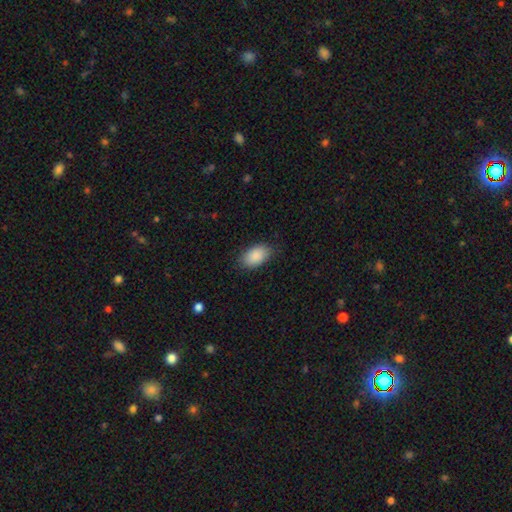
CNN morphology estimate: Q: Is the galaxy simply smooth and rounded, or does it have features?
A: smooth — 89%.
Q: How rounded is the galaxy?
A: in between — 93%.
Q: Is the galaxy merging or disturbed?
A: none — 84%.